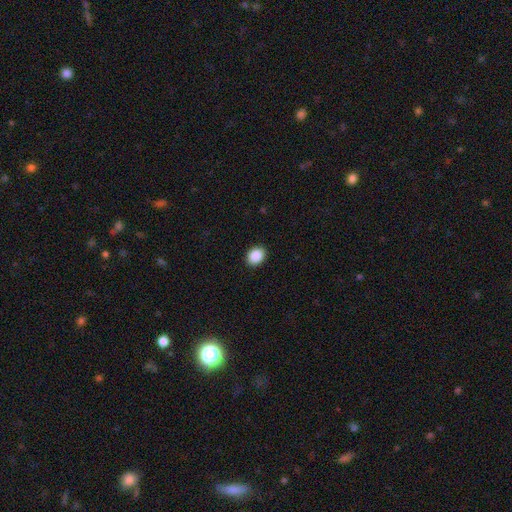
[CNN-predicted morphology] This appears to be a smooth galaxy with no disk features (89%) that is in between round and cigar-shaped (57%). Merging: none (91%).